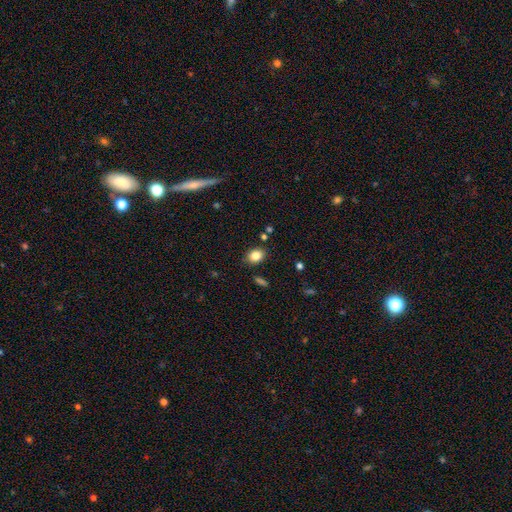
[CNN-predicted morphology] Smooth or featured: smooth — 84% (star or artifact — 10%)
How rounded: in between — 59% (round — 40%)
Merging: none — 83% (minor disturbance — 11%)